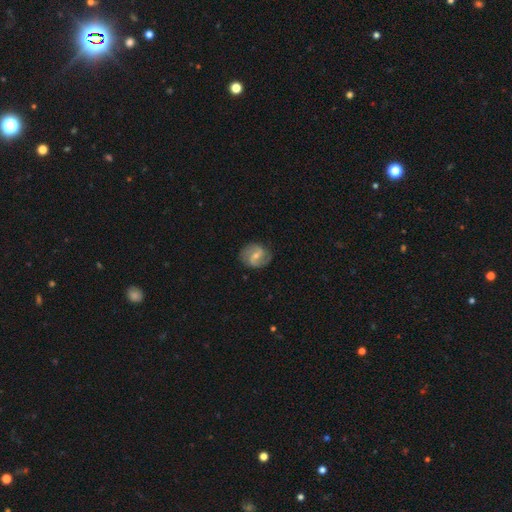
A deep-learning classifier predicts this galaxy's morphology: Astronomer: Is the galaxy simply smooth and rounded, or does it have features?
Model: featured or disk — 78%.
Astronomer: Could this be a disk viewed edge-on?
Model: no — 98%.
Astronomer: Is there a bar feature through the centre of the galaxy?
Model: weak — 54%.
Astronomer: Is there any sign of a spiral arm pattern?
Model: yes — 94%.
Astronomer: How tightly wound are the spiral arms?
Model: medium — 50% (runner-up: loose, 26%).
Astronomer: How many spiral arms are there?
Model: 2 — 88%.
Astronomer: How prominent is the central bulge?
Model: small — 53% (runner-up: moderate, 41%).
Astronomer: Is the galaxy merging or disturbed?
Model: none — 81%.